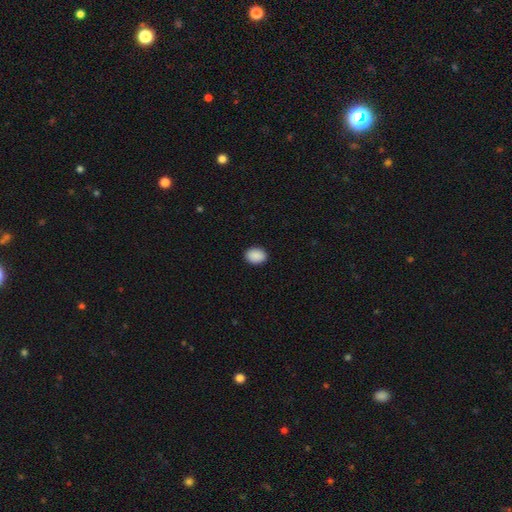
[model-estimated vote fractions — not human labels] Smooth or featured? Predicted: smooth (p=0.90). How rounded? Predicted: in between (p=0.62). Merging? Predicted: none (p=0.91).